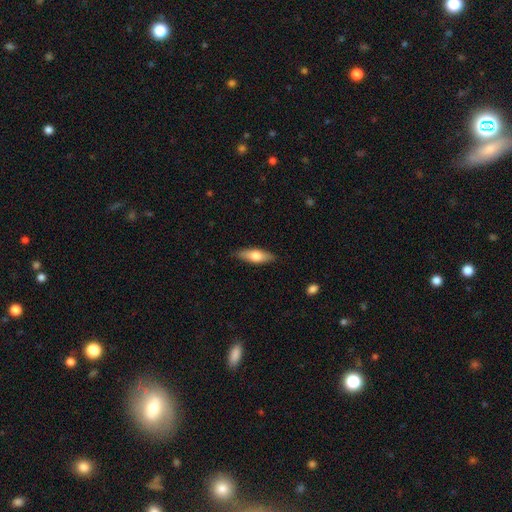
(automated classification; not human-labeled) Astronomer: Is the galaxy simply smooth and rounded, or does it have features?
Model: smooth — 64%.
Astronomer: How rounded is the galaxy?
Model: in between — 57% (runner-up: cigar-shaped, 41%).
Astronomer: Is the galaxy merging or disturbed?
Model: none — 86%.